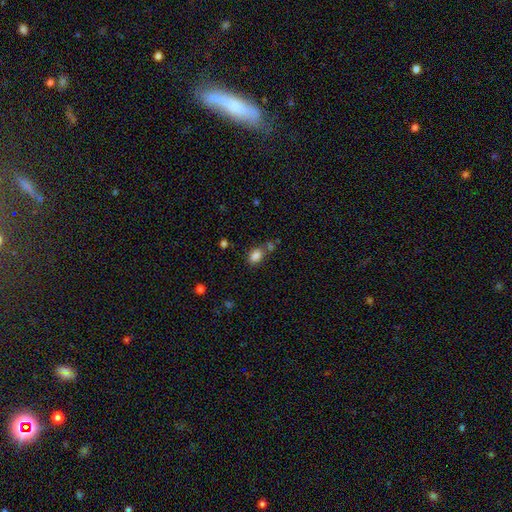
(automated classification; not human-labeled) This is clearly a smooth galaxy (84%). How rounded: likely in between (74%). Merging: likely none (60%).